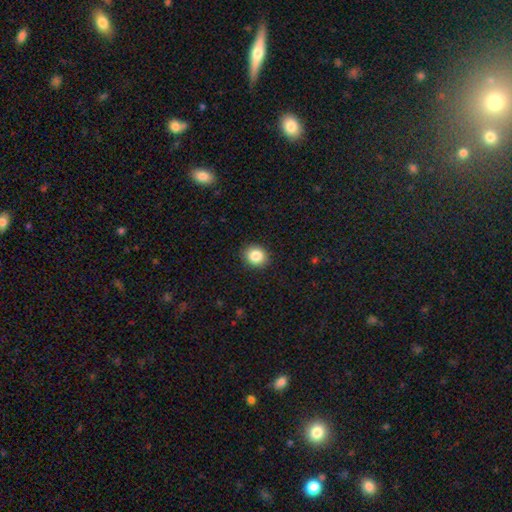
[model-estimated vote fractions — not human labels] Smooth or featured: smooth — 85% (star or artifact — 9%)
How rounded: round — 70% (in between — 29%)
Merging: none — 90% (minor disturbance — 7%)